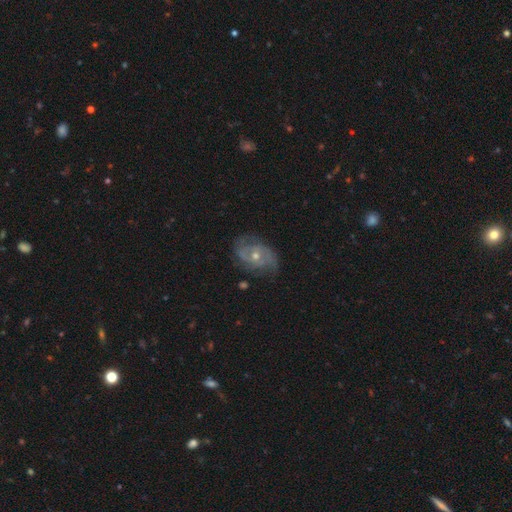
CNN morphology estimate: This is likely a featured or disk galaxy (79%). It is clearly not viewed edge-on (96%). Bar: likely no (66%). Spiral arm pattern: clearly yes (90%). Spiral arm count: possibly 2 (54%). Spiral winding: marginally medium (44%). Central bulge: possibly moderate (49%). Merging: likely none (71%).